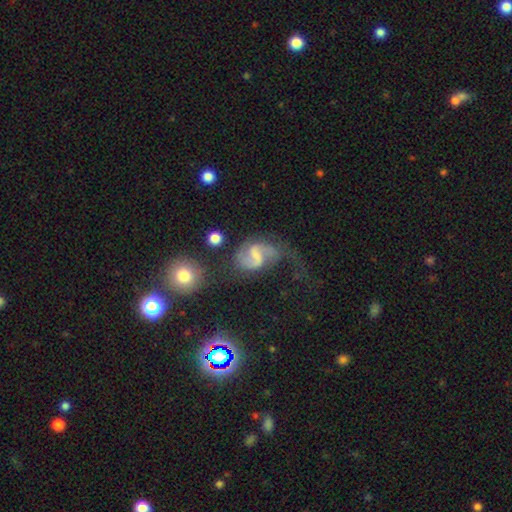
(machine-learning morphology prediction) Smooth or featured? Predicted: featured or disk (p=0.81). Edge-on disk? Predicted: no (p=0.98). Bar? Predicted: weak (p=0.50). Spiral arms? Predicted: yes (p=0.93). Spiral winding? Predicted: loose (p=0.49). Spiral arm count? Predicted: 2 (p=0.87). Bulge size? Predicted: none (p=0.41). Merging? Predicted: none (p=0.39).